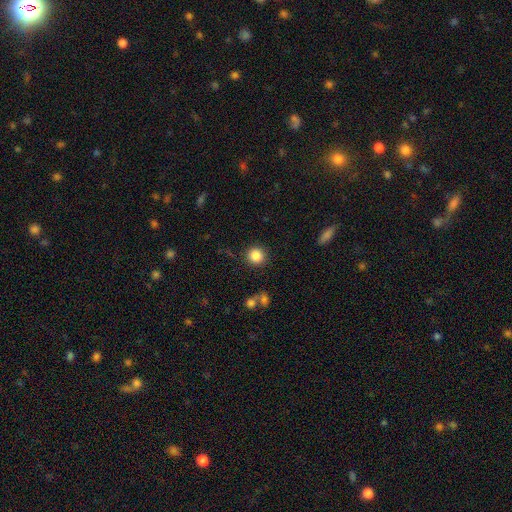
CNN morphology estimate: Smooth or featured? smooth (86%)
How rounded? round (92%)
Merging? none (89%)